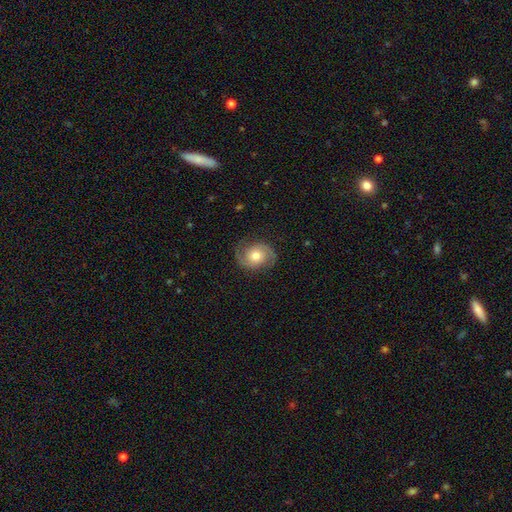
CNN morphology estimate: Smooth or featured? Predicted: featured or disk (p=0.83). Edge-on disk? Predicted: no (p=0.98). Bar? Predicted: no (p=0.73). Spiral arms? Predicted: yes (p=0.96). Spiral winding? Predicted: medium (p=0.49). Spiral arm count? Predicted: 2 (p=0.93). Bulge size? Predicted: moderate (p=0.72). Merging? Predicted: none (p=0.82).